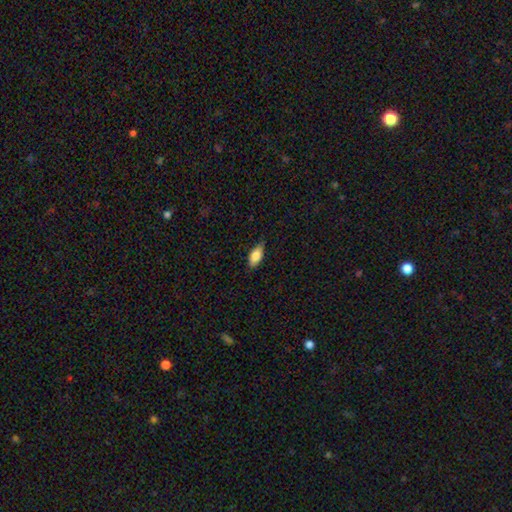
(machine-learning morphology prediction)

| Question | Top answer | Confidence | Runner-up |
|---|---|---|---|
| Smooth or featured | smooth | 80% | featured or disk (13%) |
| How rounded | in between | 86% | cigar-shaped (12%) |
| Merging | none | 78% | minor disturbance (18%) |